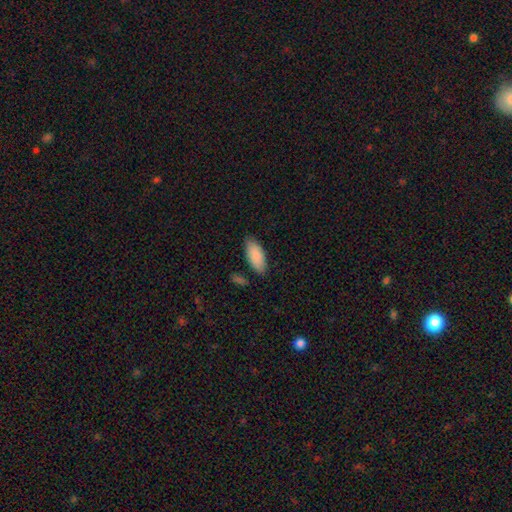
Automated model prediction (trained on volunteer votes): Smooth or featured? smooth (89%)
How rounded? in between (88%)
Merging? none (80%)